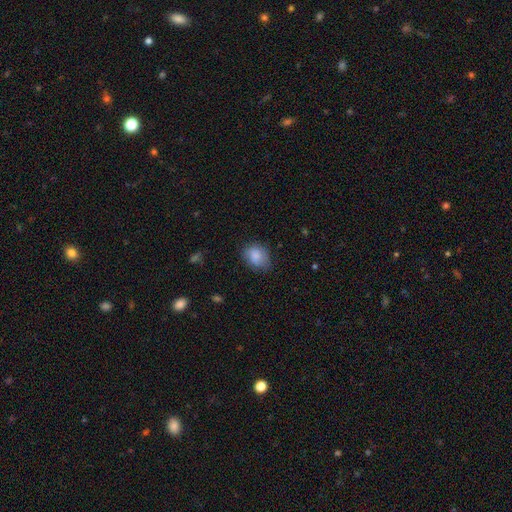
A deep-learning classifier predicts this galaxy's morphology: This is clearly a smooth galaxy (83%). How rounded: possibly in between (53%). Merging: likely none (68%).